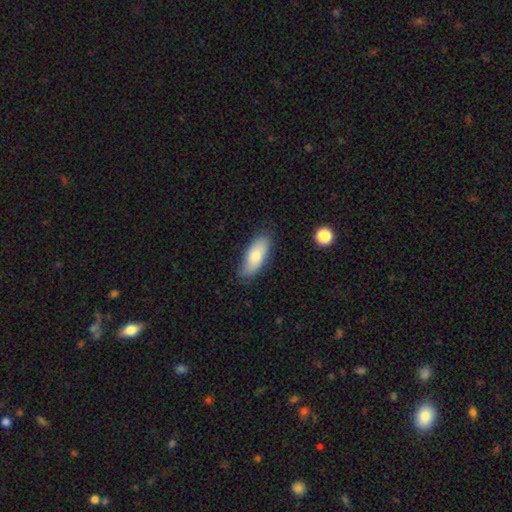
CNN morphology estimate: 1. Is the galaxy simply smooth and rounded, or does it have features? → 76% smooth, 18% featured or disk, 6% star or artifact.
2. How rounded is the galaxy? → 81% in between, 16% cigar-shaped, 2% round.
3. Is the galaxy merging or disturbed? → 77% none, 18% minor disturbance, 3% major disturbance, 1% merger.